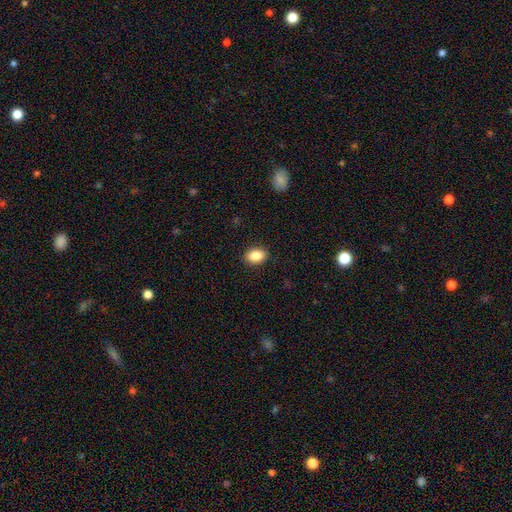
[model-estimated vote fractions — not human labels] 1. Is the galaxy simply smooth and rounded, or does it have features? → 87% smooth, 8% star or artifact, 5% featured or disk.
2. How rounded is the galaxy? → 80% in between, 19% round, 1% cigar-shaped.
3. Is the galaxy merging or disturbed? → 89% none, 8% minor disturbance, 2% major disturbance, 1% merger.